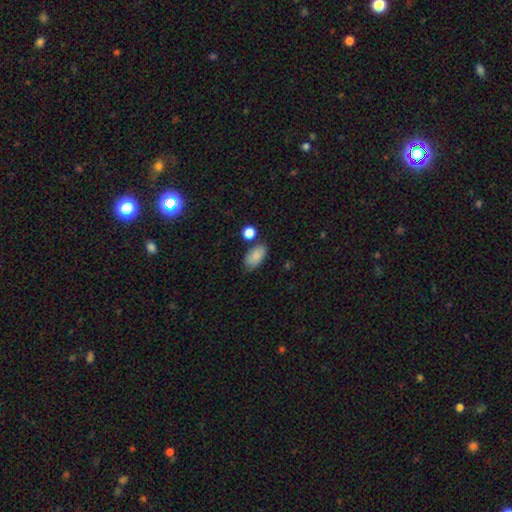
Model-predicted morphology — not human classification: Q: Smooth or featured?
A: smooth (82%); runner-up: featured or disk (10%)
Q: How rounded?
A: in between (91%); runner-up: round (6%)
Q: Merging?
A: none (66%); runner-up: minor disturbance (21%)